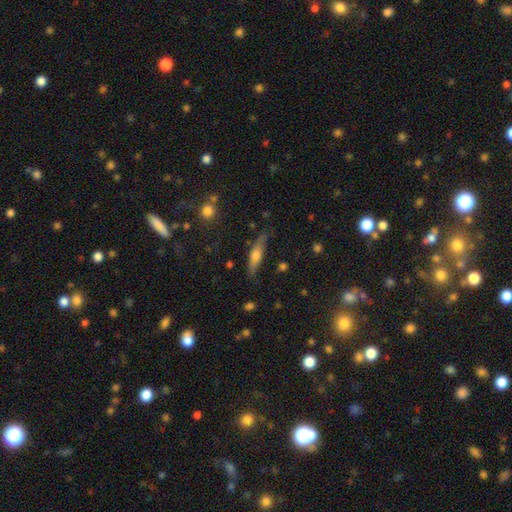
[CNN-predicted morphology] A smooth galaxy with no disk features (54%) that is cigar-shaped (70%). Merging: none (71%).